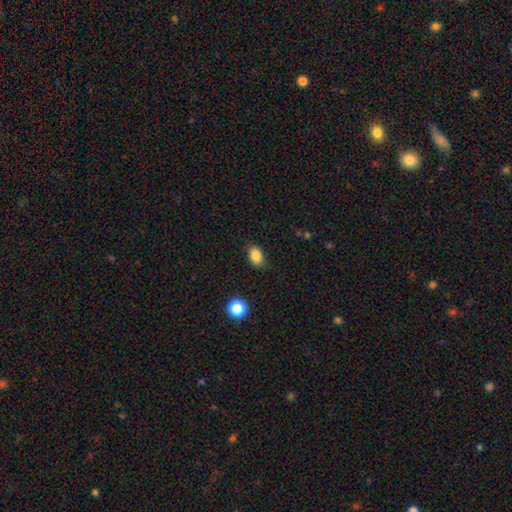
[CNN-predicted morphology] A smooth galaxy with no disk features (86%) that is in between round and cigar-shaped (83%). Merging: none (84%).